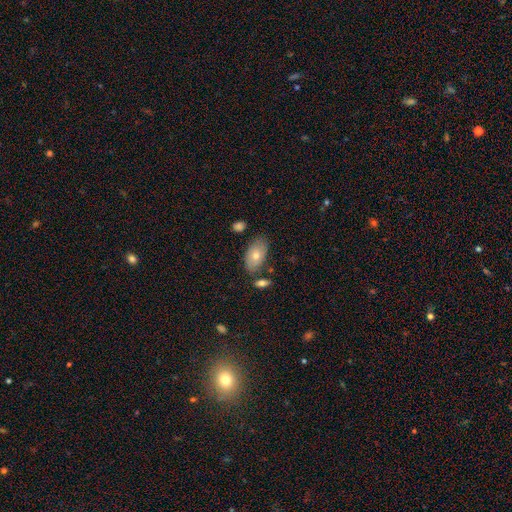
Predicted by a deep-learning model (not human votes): Smooth or featured: smooth — 68% (featured or disk — 24%)
How rounded: in between — 93% (round — 5%)
Merging: none — 72% (minor disturbance — 17%)